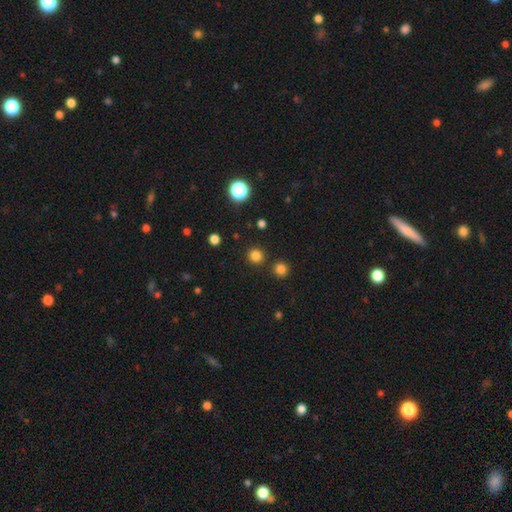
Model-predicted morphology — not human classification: A smooth galaxy with no disk features (80%) that is round (93%).

Vote fractions:
- Smooth or featured? smooth: 80% / star or artifact: 16% / featured or disk: 4%
- How rounded? round: 93% / in between: 6% / cigar-shaped: 1%
- Merging? none: 86% / minor disturbance: 6% / merger: 5% / major disturbance: 2%